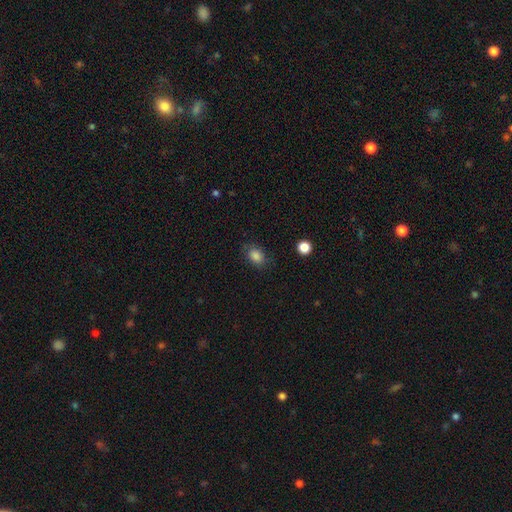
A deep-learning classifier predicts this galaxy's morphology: Q: Smooth or featured?
A: smooth (85%); runner-up: star or artifact (10%)
Q: How rounded?
A: in between (67%); runner-up: round (32%)
Q: Merging?
A: none (78%); runner-up: minor disturbance (16%)